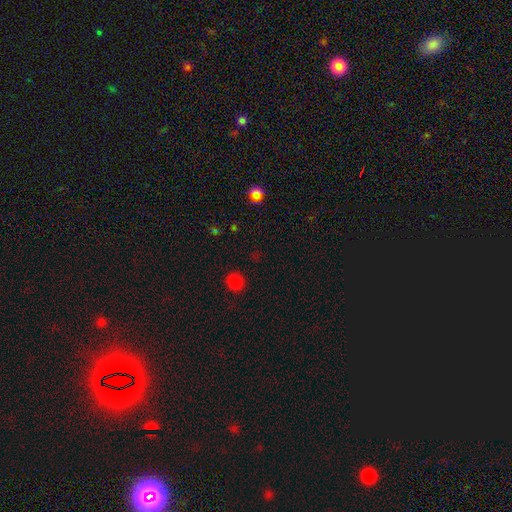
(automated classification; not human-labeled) The model was most divided on "smooth or featured": smooth: 53%, star or artifact: 41%, featured or disk: 5%. More confident: merging — none (87%); how rounded — round (81%).